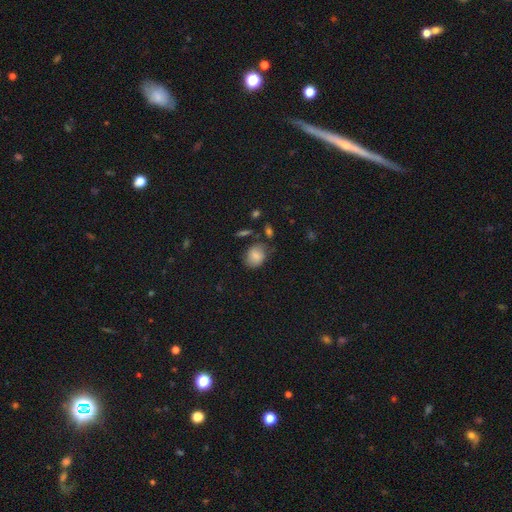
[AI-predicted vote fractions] A smooth galaxy with no disk features (82%) that is in between round and cigar-shaped (54%). Merging: none (65%).